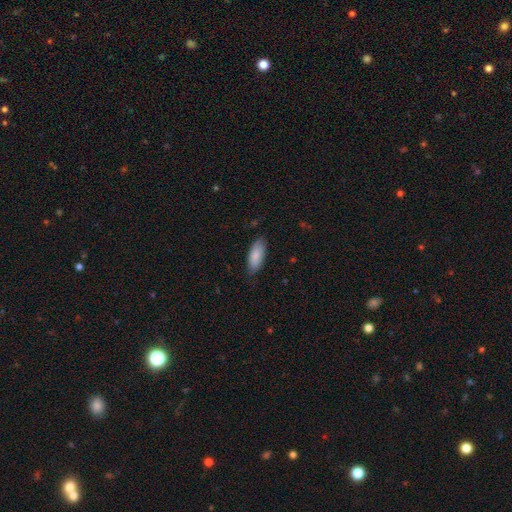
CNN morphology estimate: Smooth or featured? Predicted: smooth (p=0.84). How rounded? Predicted: in between (p=0.82). Merging? Predicted: none (p=0.79).